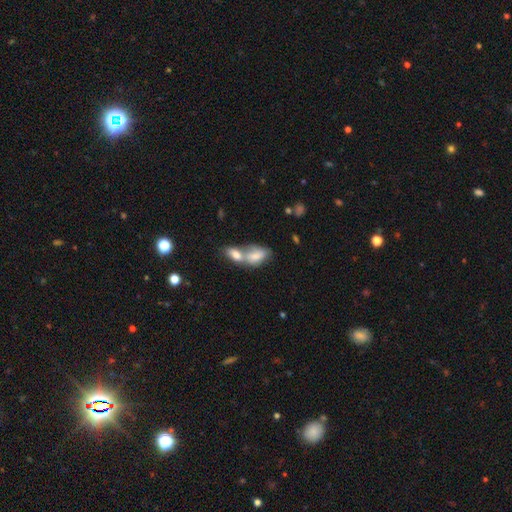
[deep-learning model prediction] Smooth or featured: smooth — 75% (featured or disk — 18%)
How rounded: in between — 89% (round — 7%)
Merging: merger — 73% (none — 16%)